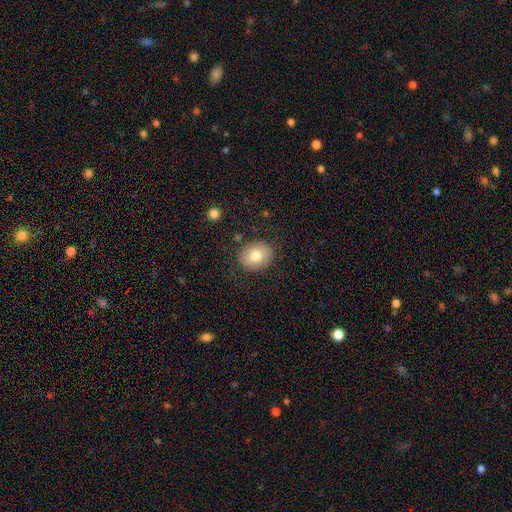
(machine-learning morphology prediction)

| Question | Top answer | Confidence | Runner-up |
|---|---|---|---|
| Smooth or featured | smooth | 77% | featured or disk (15%) |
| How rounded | round | 60% | in between (39%) |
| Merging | none | 83% | minor disturbance (11%) |